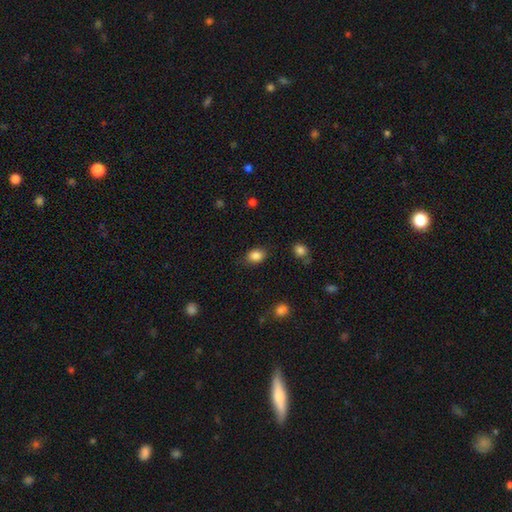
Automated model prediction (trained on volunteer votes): smooth_or_featured: smooth (p=0.85) [alt: star or artifact p=0.10]
how_rounded: in between (p=0.62) [alt: round p=0.37]
merging: none (p=0.81) [alt: minor disturbance p=0.14]